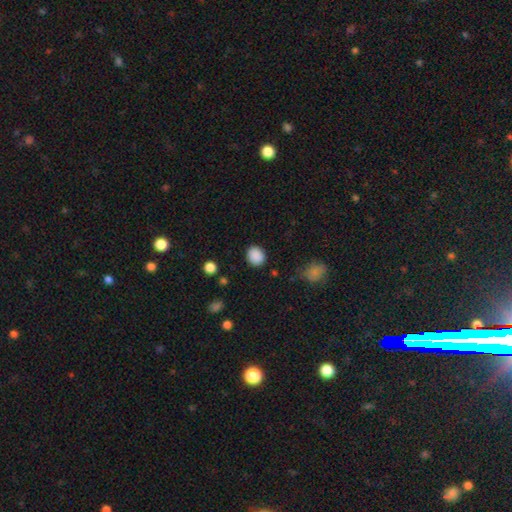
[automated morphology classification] The model was most divided on "how rounded": round: 67%, in between: 32%, cigar-shaped: 1%. More confident: smooth or featured — smooth (88%); merging — none (86%).